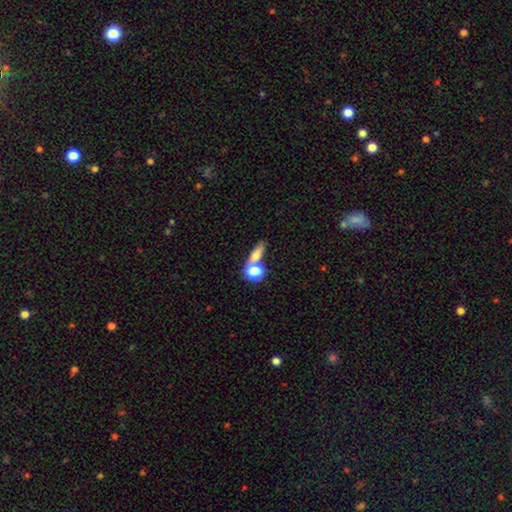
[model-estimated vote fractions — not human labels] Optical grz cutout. It shows a smooth galaxy with no disk features (67%) that is in between round and cigar-shaped (39%). Merging: none (53%).